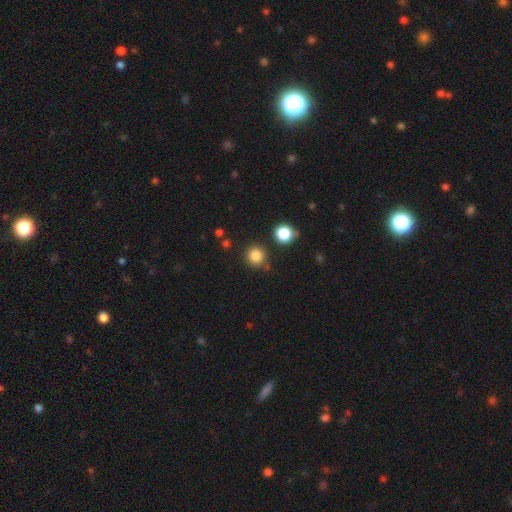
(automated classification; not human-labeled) Overall: smooth (84%). How rounded: round (93%). Merging: none (85%).